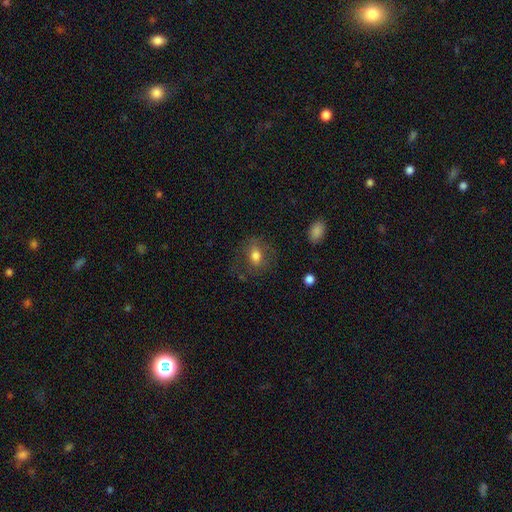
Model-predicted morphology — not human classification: Smooth or featured: smooth — 69% (featured or disk — 20%)
How rounded: in between — 54% (round — 44%)
Merging: none — 68% (minor disturbance — 18%)